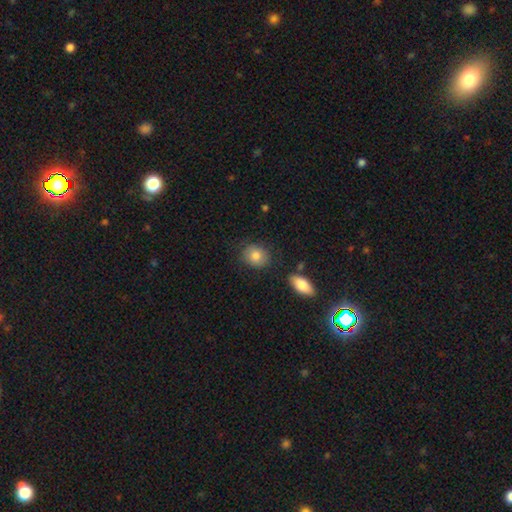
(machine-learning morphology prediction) This is clearly a smooth galaxy (82%). How rounded: likely round (63%). Merging: likely none (80%).